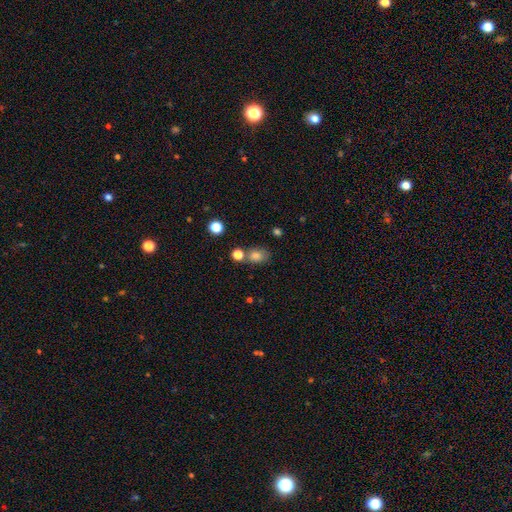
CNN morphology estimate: Overall: smooth (78%). How rounded: in between (58%; round 40%). Merging: none (63%).